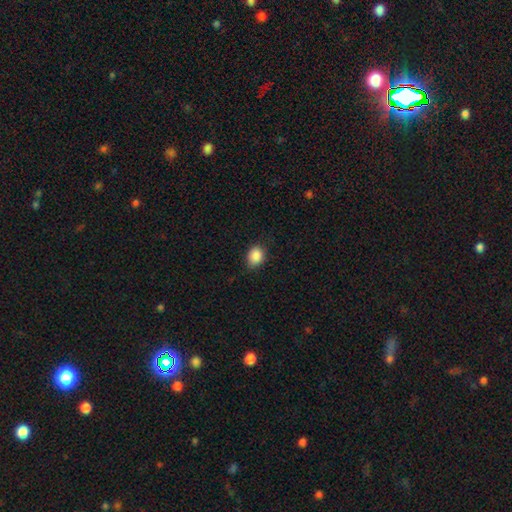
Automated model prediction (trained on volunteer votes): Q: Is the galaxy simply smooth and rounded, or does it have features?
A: smooth — 88%.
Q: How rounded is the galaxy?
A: in between — 50%.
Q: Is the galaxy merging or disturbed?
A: none — 80%.